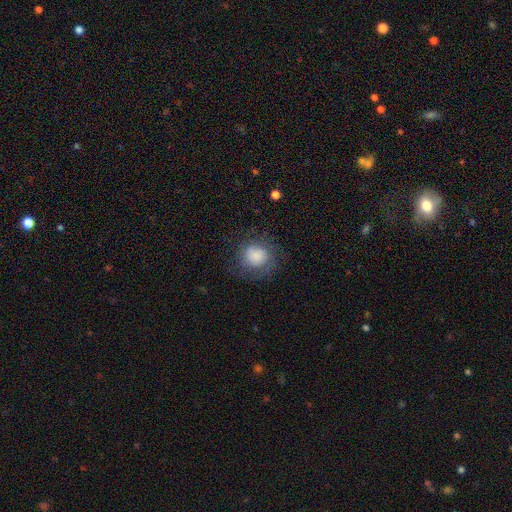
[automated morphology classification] Overall: smooth (75%). How rounded: round (85%). Merging: none (69%).